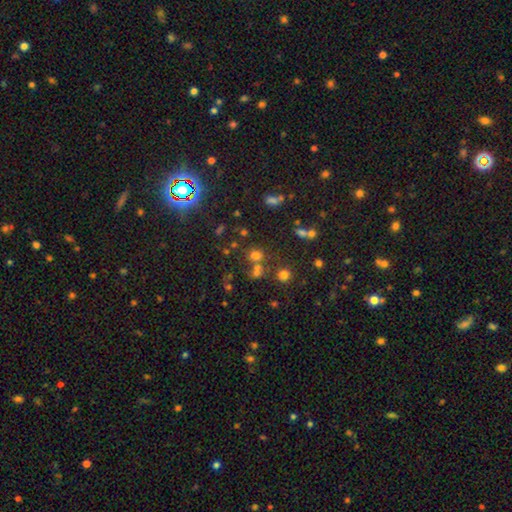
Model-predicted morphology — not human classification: smooth 57%, star or artifact 32%, featured or disk 11%. Down the decision tree: how rounded — round (75%); merging — none (59%).